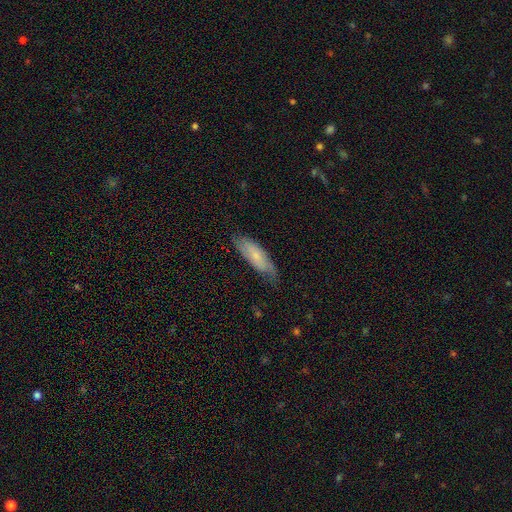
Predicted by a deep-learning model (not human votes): Smooth or featured?
  - smooth: 52% *
  - featured or disk: 42%
  - star or artifact: 7%
How rounded?
  - in between: 53% *
  - cigar-shaped: 46%
  - round: 2%
Merging?
  - none: 68% *
  - minor disturbance: 24%
  - major disturbance: 6%
  - merger: 1%